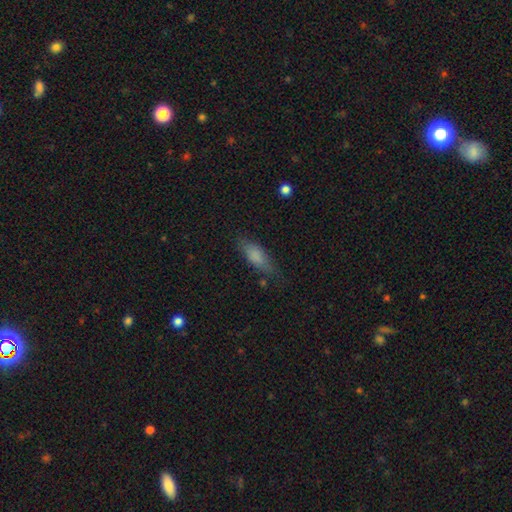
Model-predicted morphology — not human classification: Smooth or featured? smooth (77%)
How rounded? in between (66%)
Merging? none (69%)